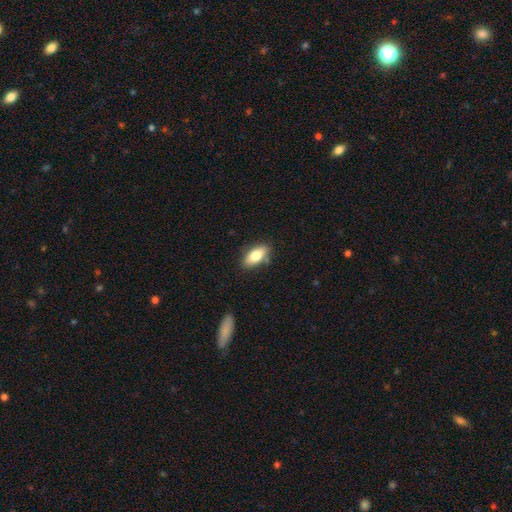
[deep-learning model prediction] Morphology: type=smooth (78%); roundness=in between (86%); merging=none (82%).